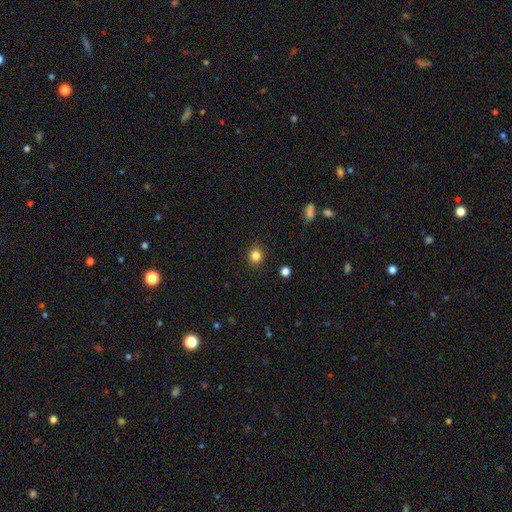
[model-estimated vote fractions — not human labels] The model was most divided on "smooth or featured": smooth: 84%, star or artifact: 12%, featured or disk: 4%. More confident: merging — none (90%); how rounded — round (88%).